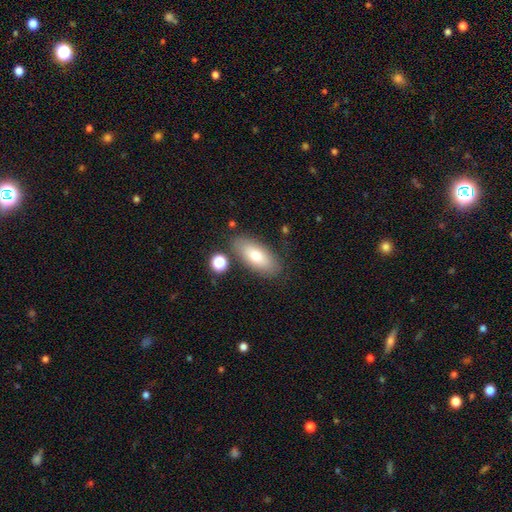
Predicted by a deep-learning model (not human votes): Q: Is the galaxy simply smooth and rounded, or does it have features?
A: smooth — 74%.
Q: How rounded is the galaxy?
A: in between — 84%.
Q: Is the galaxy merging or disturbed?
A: none — 80%.